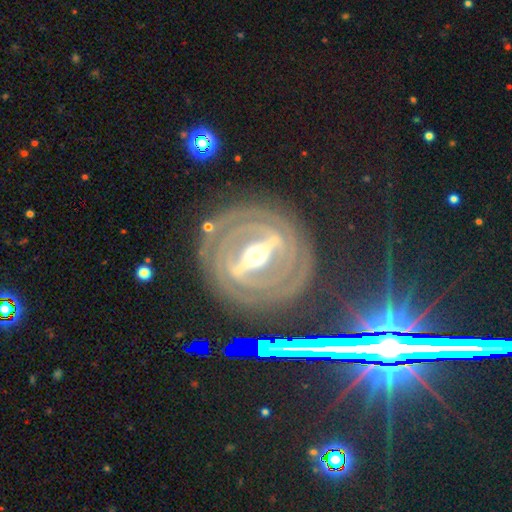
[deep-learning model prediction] The model was most divided on "spiral arm count": 2: 42%, can't tell: 24%, 3: 13%, 4: 8%, more than 4: 7%, 1: 6%. More confident: smooth or featured — featured or disk (90%); bar — strong (87%); edge-on disk — no (85%); spiral arms — yes (85%); merging — none (82%); spiral winding — tight (82%); bulge size — moderate (72%).